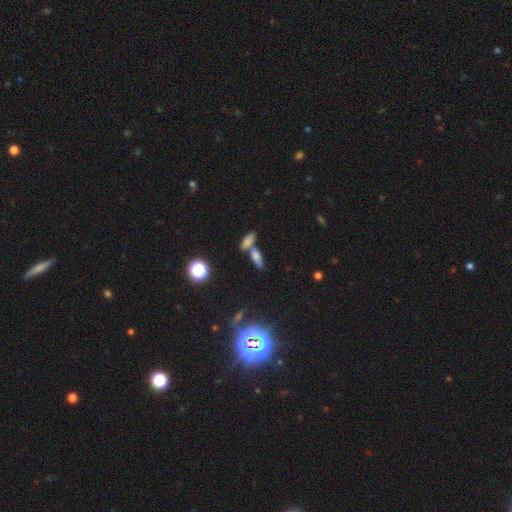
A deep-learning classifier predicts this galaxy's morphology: smooth 62%, star or artifact 22%, featured or disk 17%. Down the decision tree: how rounded — in between (61%); merging — merger (46%).